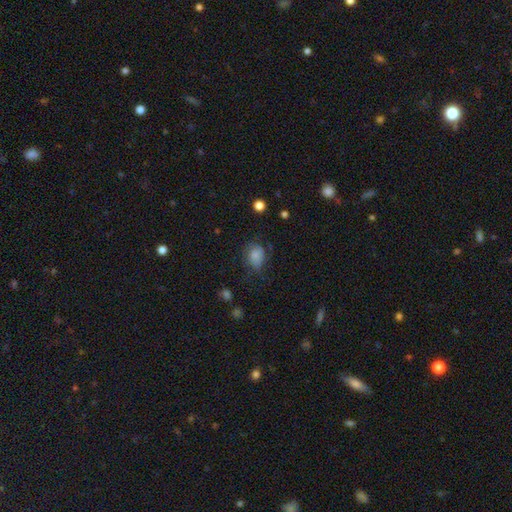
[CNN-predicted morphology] Smooth or featured: smooth — 79% (featured or disk — 11%)
How rounded: in between — 56% (round — 43%)
Merging: none — 52% (minor disturbance — 30%)